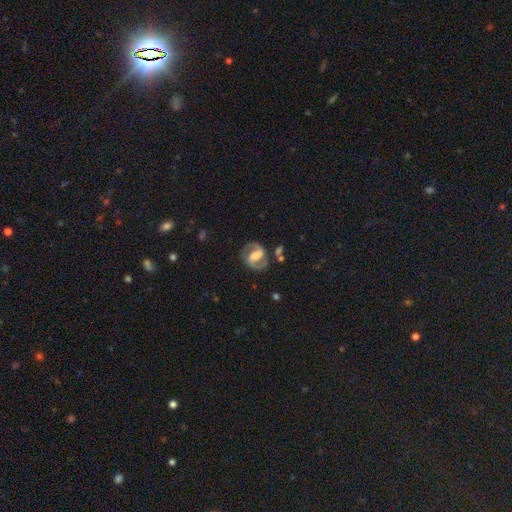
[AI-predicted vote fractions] Smooth or featured? featured or disk (82%)
Edge-on disk? no (97%)
Bar? strong (48%)
Spiral arms? yes (94%)
Spiral winding? medium (56%)
Spiral arm count? 2 (91%)
Bulge size? moderate (37%)
Merging? none (75%)